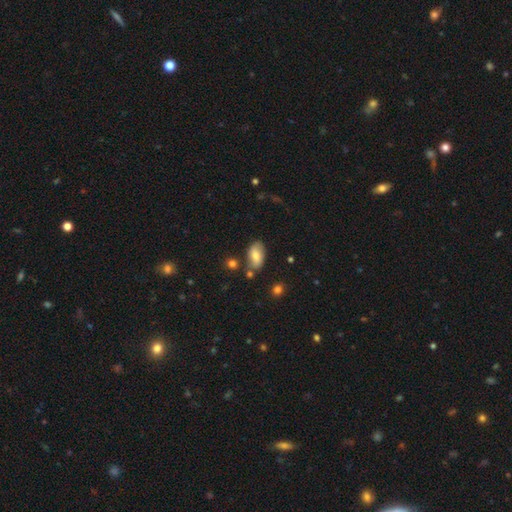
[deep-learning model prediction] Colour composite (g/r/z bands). It shows a smooth galaxy with no disk features (75%) that is in between round and cigar-shaped (92%). Merging: none (72%).